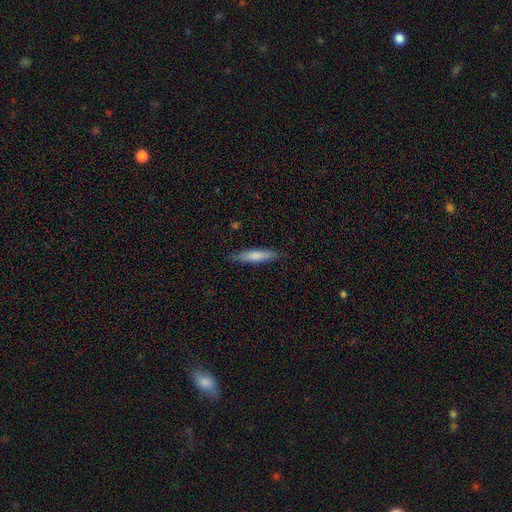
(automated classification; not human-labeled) Smooth or featured? Predicted: smooth (p=0.78). How rounded? Predicted: cigar-shaped (p=0.79). Merging? Predicted: none (p=0.83).